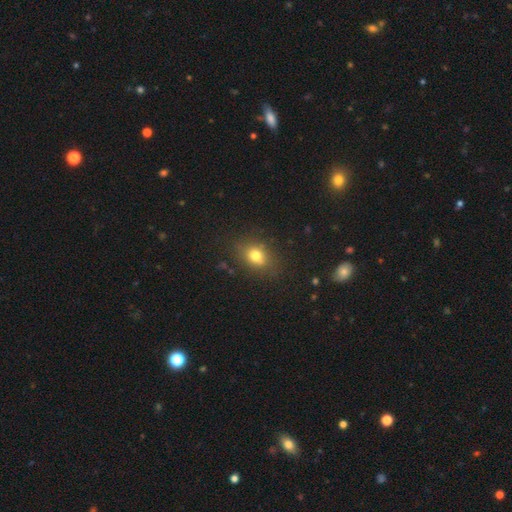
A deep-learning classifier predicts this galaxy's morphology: This is likely a smooth galaxy (76%). How rounded: possibly in between (57%). Merging: likely none (78%).